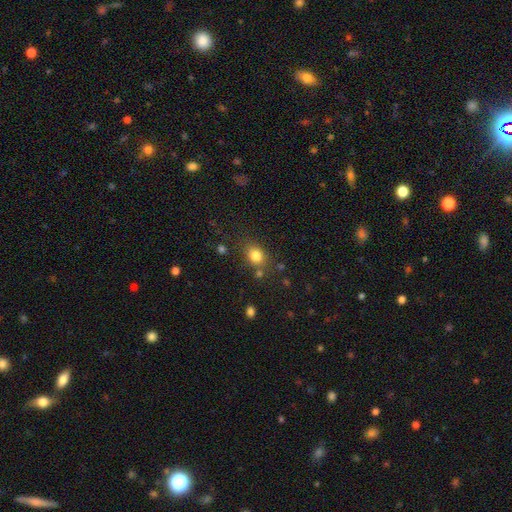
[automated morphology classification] smooth_or_featured: smooth (p=0.81) [alt: star or artifact p=0.12]
how_rounded: in between (p=0.51) [alt: round p=0.48]
merging: none (p=0.72) [alt: minor disturbance p=0.15]